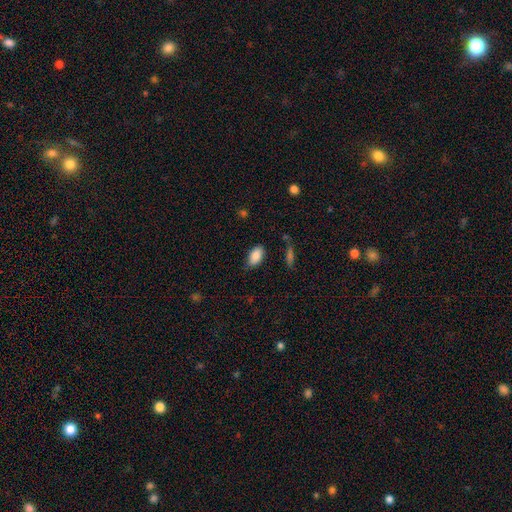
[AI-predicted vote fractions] Q: Smooth or featured?
A: smooth (87%); runner-up: star or artifact (7%)
Q: How rounded?
A: in between (93%); runner-up: round (4%)
Q: Merging?
A: none (76%); runner-up: minor disturbance (18%)